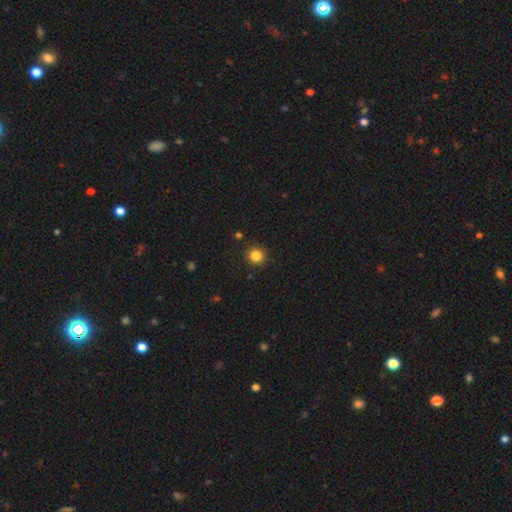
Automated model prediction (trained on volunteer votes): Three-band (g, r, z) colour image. It shows a smooth galaxy with no disk features (83%) that is round (94%). Merging: none (91%).